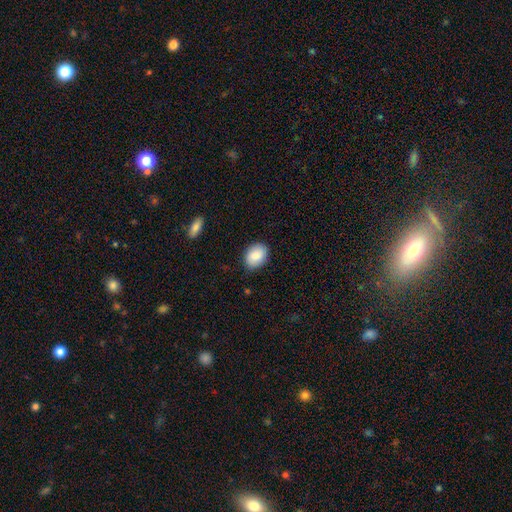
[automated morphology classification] A smooth galaxy with no disk features (88%) that is in between round and cigar-shaped (73%). Merging: none (83%).